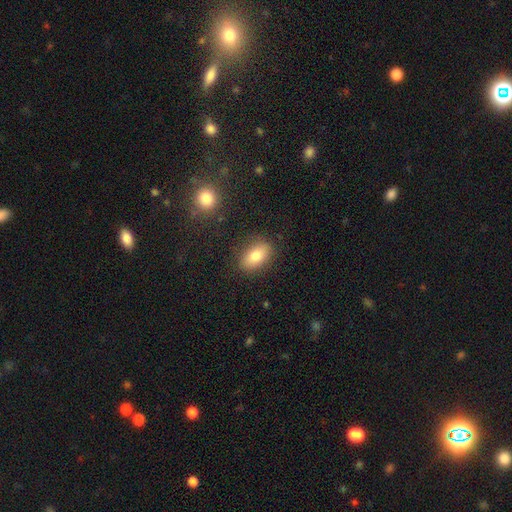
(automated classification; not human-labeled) Morphology: type=smooth (80%); roundness=in between (88%); merging=none (85%).